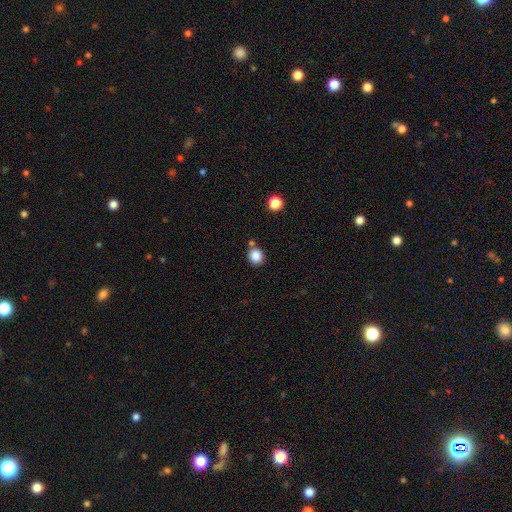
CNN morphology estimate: Q: Smooth or featured?
A: smooth (85%); runner-up: star or artifact (11%)
Q: How rounded?
A: round (87%); runner-up: in between (12%)
Q: Merging?
A: none (77%); runner-up: merger (11%)